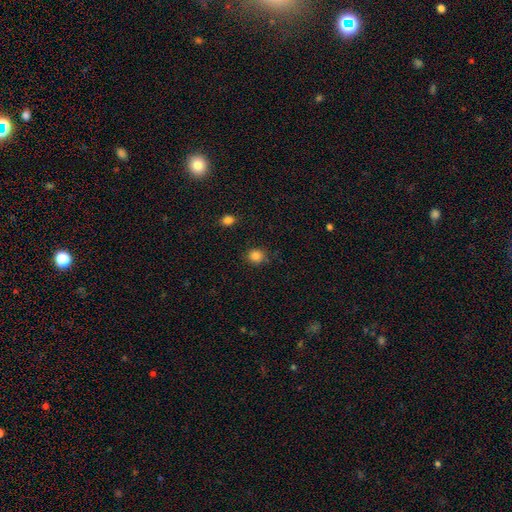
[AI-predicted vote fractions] Overall: smooth (85%). How rounded: round (86%). Merging: none (82%).